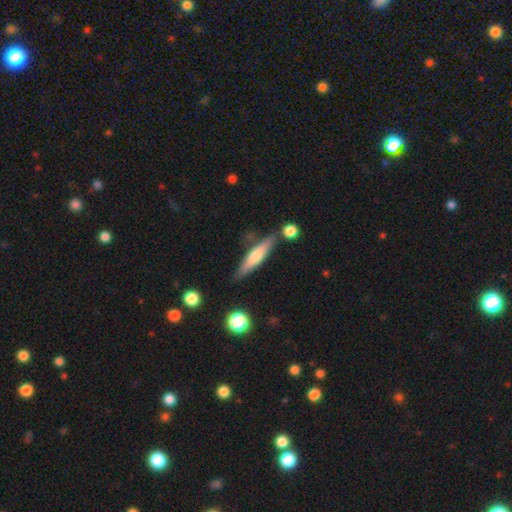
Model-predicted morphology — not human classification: type=smooth (49%); merging=none (78%).